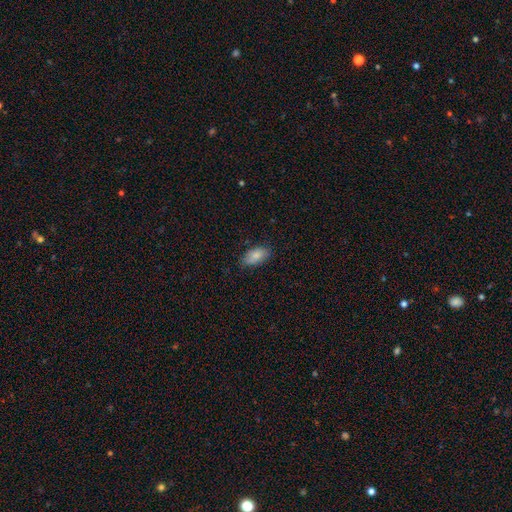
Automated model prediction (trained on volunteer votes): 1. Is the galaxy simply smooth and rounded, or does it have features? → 84% smooth, 9% featured or disk, 7% star or artifact.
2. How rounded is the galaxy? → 92% in between, 4% cigar-shaped, 3% round.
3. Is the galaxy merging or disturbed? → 80% none, 16% minor disturbance, 3% major disturbance, 1% merger.